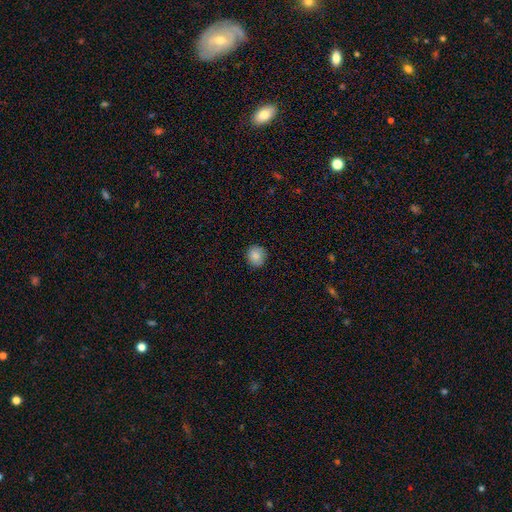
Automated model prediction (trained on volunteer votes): Overall: smooth (87%). How rounded: round (84%). Merging: none (88%).